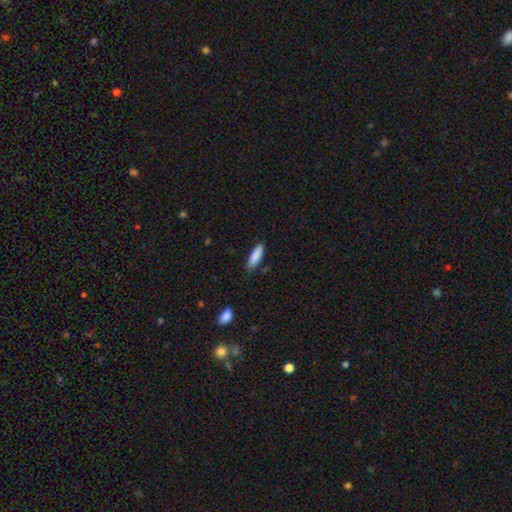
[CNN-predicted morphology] A smooth galaxy with no disk features (88%) that is cigar-shaped (51%). Merging: none (82%).